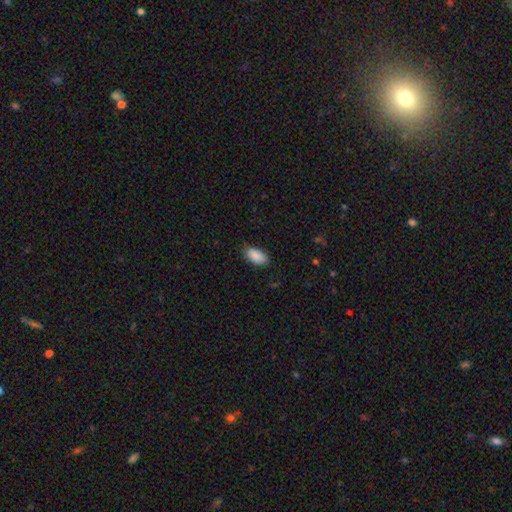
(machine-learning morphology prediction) Smooth or featured?
  - smooth: 90% *
  - star or artifact: 6%
  - featured or disk: 4%
How rounded?
  - in between: 94% *
  - cigar-shaped: 4%
  - round: 2%
Merging?
  - none: 85% *
  - minor disturbance: 12%
  - major disturbance: 2%
  - merger: 1%